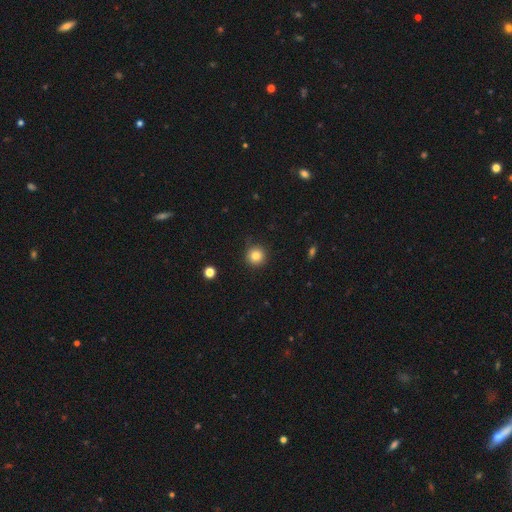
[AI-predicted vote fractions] The model was most divided on "smooth or featured": smooth: 82%, star or artifact: 12%, featured or disk: 6%. More confident: how rounded — round (95%); merging — none (88%).